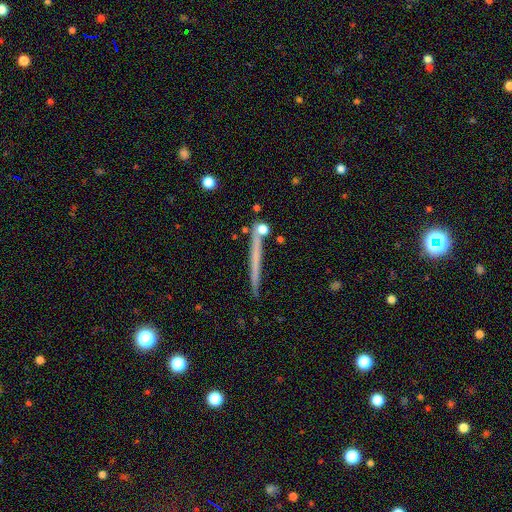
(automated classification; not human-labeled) This is possibly a smooth galaxy (45%, tied with featured or disk). Merging: clearly none (86%).